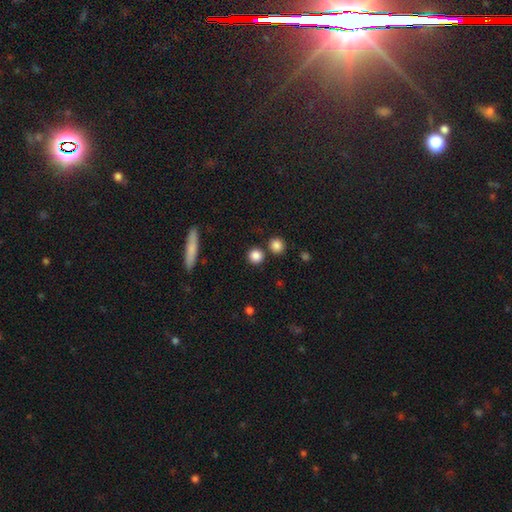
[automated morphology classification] smooth 85%, star or artifact 10%, featured or disk 5%. Down the decision tree: how rounded — round (92%); merging — none (81%).